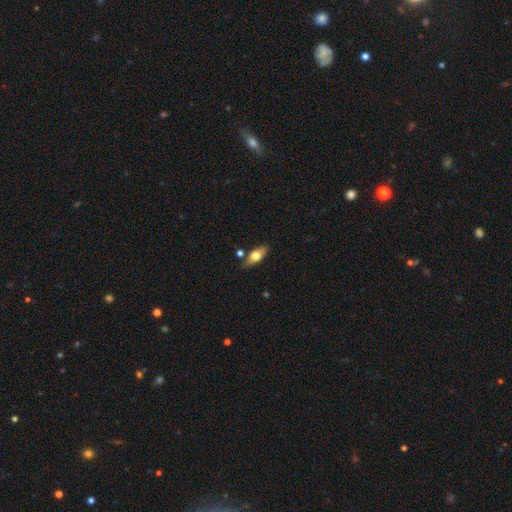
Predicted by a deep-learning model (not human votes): Smooth or featured? smooth (51%)
How rounded? in between (69%)
Merging? none (80%)